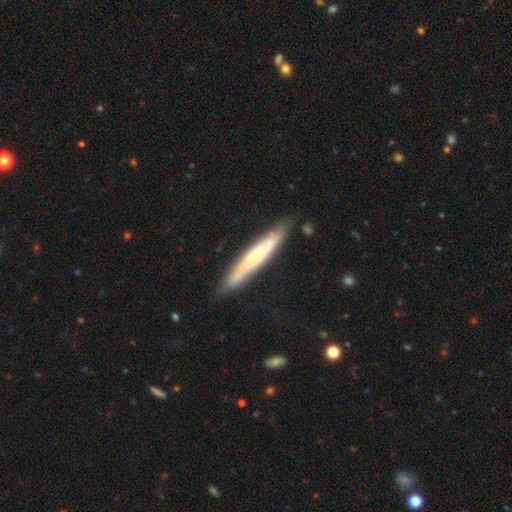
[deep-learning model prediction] Overall: featured or disk (52%; smooth 42%). Edge-on disk: yes (78%). Merging: none (81%).